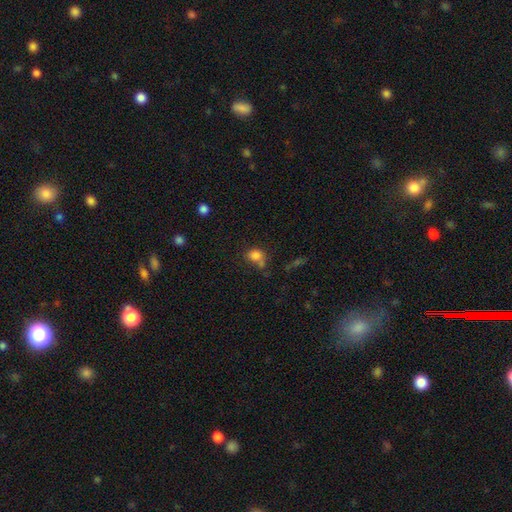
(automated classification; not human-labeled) Overall: smooth (79%). How rounded: round (53%; in between 46%). Merging: none (44%; merger 22%).